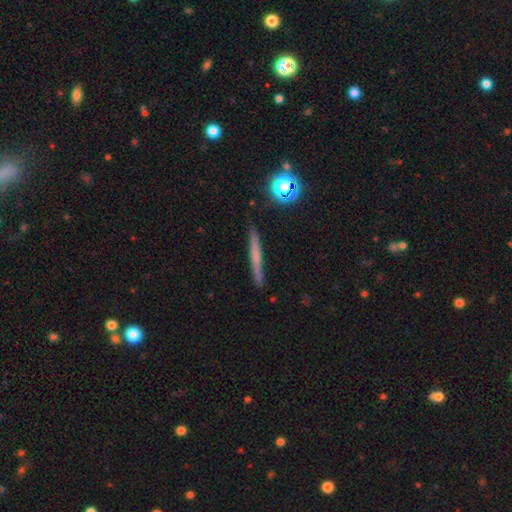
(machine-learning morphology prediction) smooth 46%, featured or disk 44%, star or artifact 10%. Down the decision tree: merging — none (88%).